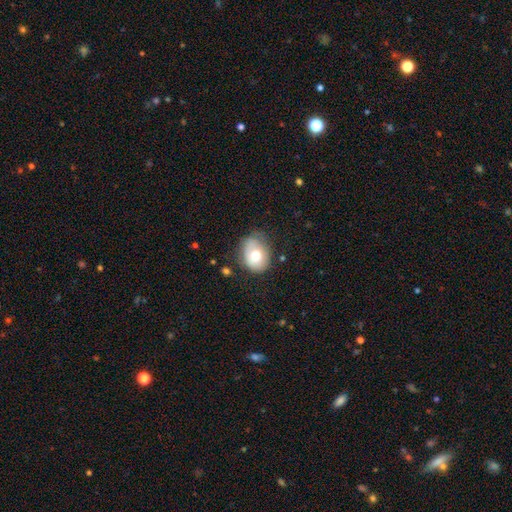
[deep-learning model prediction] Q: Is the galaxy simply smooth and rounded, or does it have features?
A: smooth — 70%.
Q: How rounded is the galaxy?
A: in between — 57%.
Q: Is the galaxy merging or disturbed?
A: none — 59%.